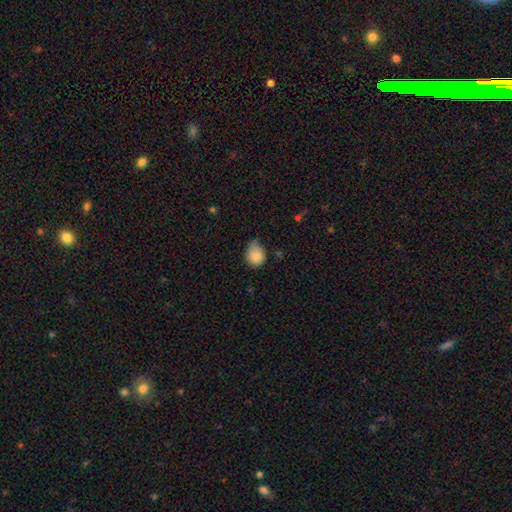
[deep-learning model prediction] Smooth or featured?
  - smooth: 85% *
  - star or artifact: 8%
  - featured or disk: 7%
How rounded?
  - round: 58% *
  - in between: 41%
  - cigar-shaped: 1%
Merging?
  - minor disturbance: 47% *
  - none: 38%
  - major disturbance: 12%
  - merger: 3%